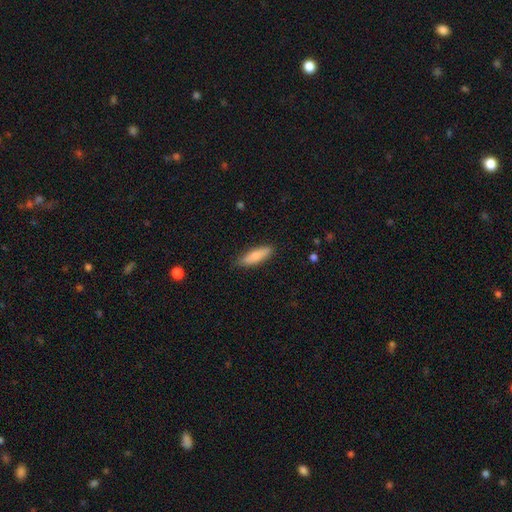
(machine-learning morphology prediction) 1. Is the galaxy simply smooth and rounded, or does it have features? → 83% smooth, 11% featured or disk, 6% star or artifact.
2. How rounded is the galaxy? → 57% cigar-shaped, 41% in between, 2% round.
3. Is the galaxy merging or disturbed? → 84% none, 13% minor disturbance, 2% major disturbance, 1% merger.